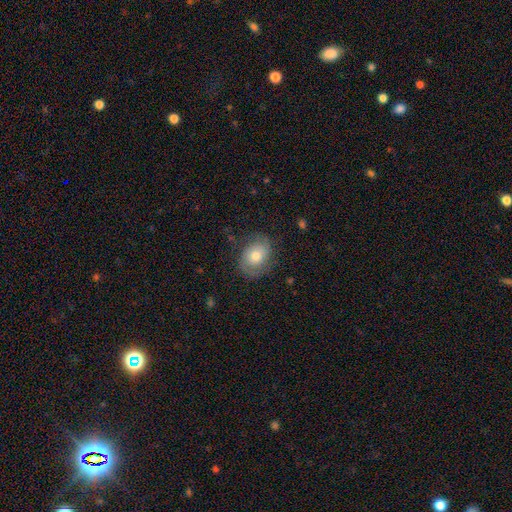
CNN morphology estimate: Smooth or featured? featured or disk (48%)
Merging? none (73%)